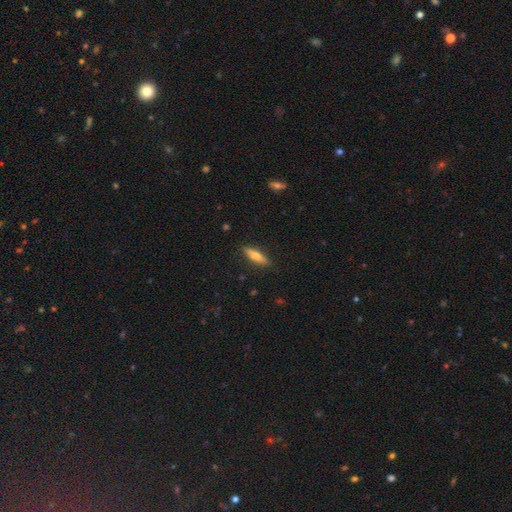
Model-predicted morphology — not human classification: smooth 66%, featured or disk 28%, star or artifact 6%. Down the decision tree: how rounded — cigar-shaped (70%); merging — none (86%).